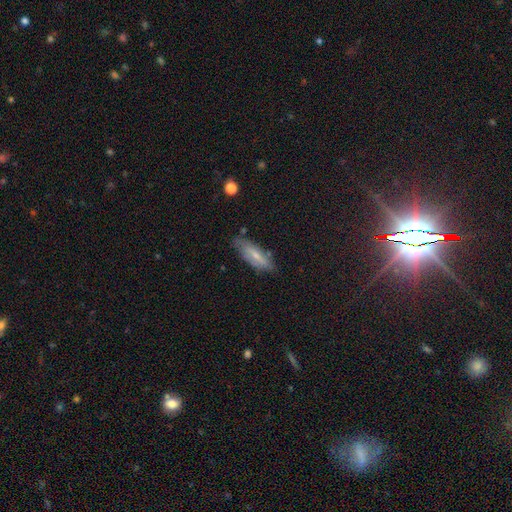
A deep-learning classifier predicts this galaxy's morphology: Smooth or featured?
  - smooth: 52% *
  - featured or disk: 40%
  - star or artifact: 8%
How rounded?
  - in between: 57% *
  - cigar-shaped: 41%
  - round: 2%
Merging?
  - none: 71% *
  - minor disturbance: 22%
  - major disturbance: 4%
  - merger: 3%